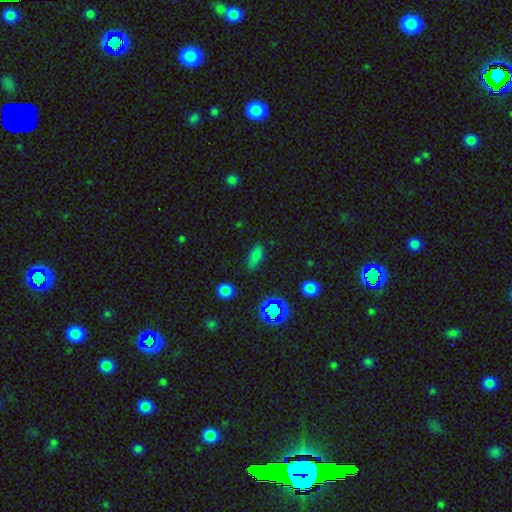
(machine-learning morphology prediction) Smooth or featured? smooth (74%)
How rounded? in between (74%)
Merging? none (80%)